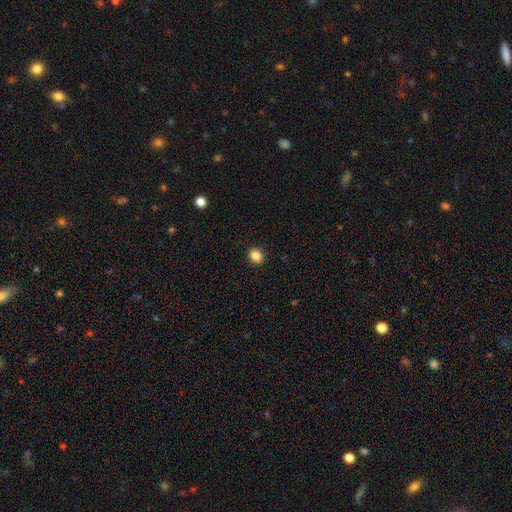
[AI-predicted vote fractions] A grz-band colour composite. It shows a smooth galaxy with no disk features (85%) that is round (73%). Merging: none (92%).